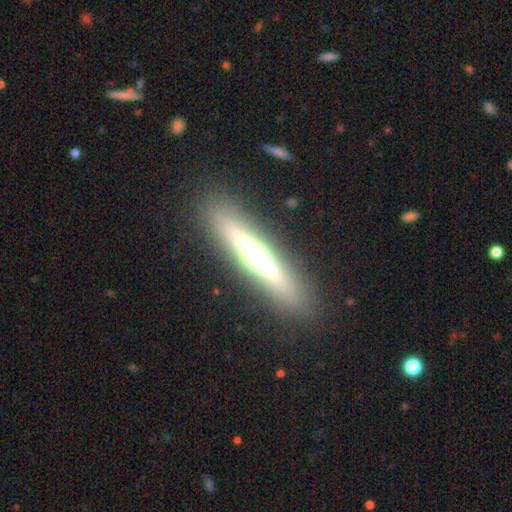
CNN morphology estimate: Smooth or featured? Predicted: featured or disk (p=0.65). Edge-on disk? Predicted: yes (p=0.93). Edge-on bulge? Predicted: rounded (p=0.90). Merging? Predicted: none (p=0.88).